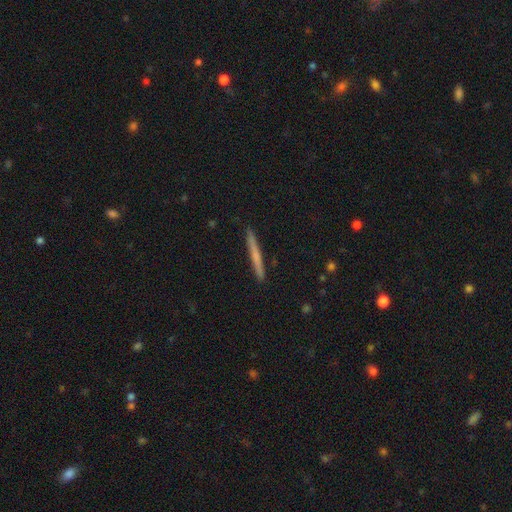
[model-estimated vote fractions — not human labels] This is possibly a smooth galaxy (56%). How rounded: clearly cigar-shaped (97%). Merging: clearly none (92%).